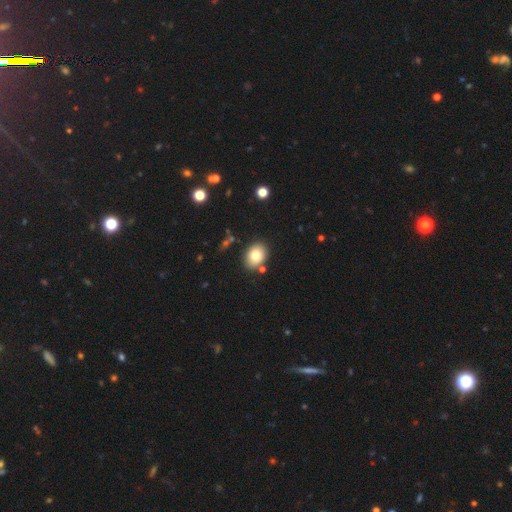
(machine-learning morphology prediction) smooth-or-featured: smooth: 79% | featured or disk: 12% | star or artifact: 9%
  how-rounded: in between: 64% | round: 35% | cigar-shaped: 1%
  merging: none: 82% | minor disturbance: 10% | merger: 5% | major disturbance: 3%